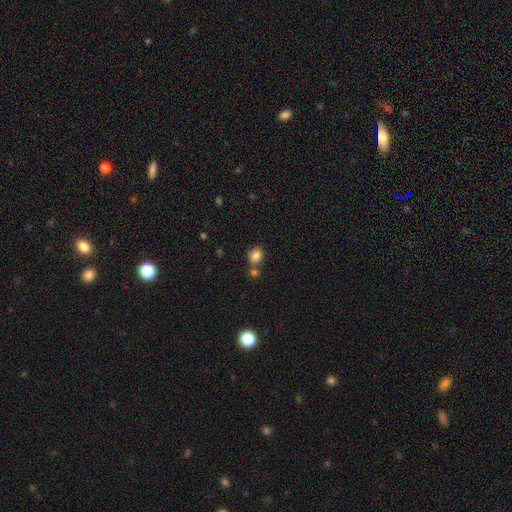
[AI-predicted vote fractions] Smooth or featured: smooth — 84% (star or artifact — 11%)
How rounded: round — 69% (in between — 30%)
Merging: none — 66% (merger — 20%)